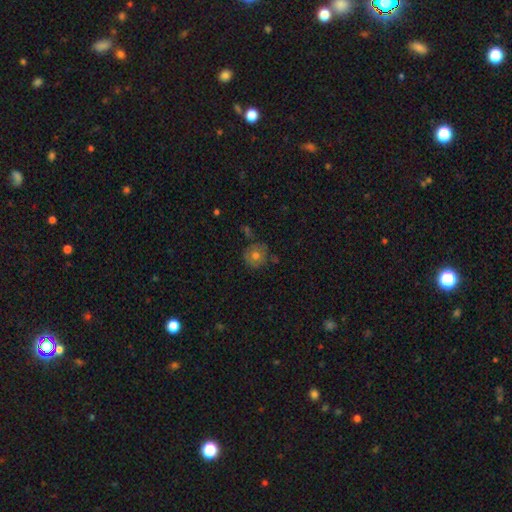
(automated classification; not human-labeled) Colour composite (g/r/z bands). It shows a smooth galaxy with no disk features (61%) that is round (90%). Merging: none (75%).